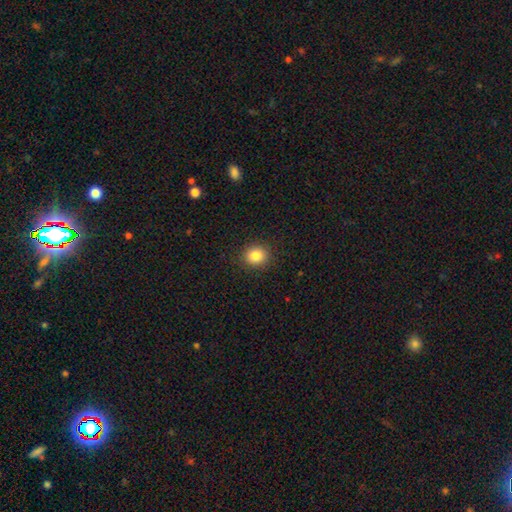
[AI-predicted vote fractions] Q: Smooth or featured?
A: smooth (85%); runner-up: star or artifact (10%)
Q: How rounded?
A: round (79%); runner-up: in between (20%)
Q: Merging?
A: none (90%); runner-up: minor disturbance (7%)